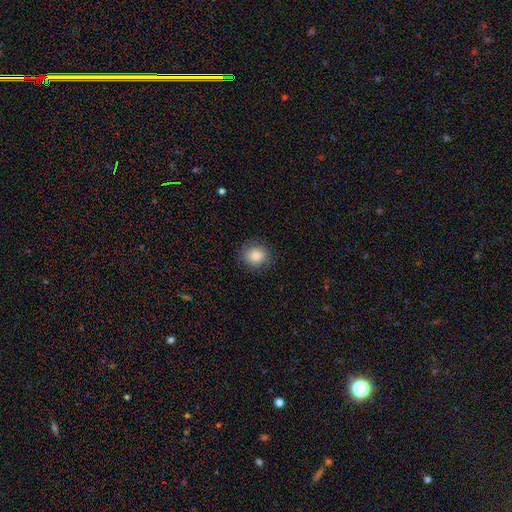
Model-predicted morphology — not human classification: type=smooth (84%); roundness=round (87%); merging=none (85%).